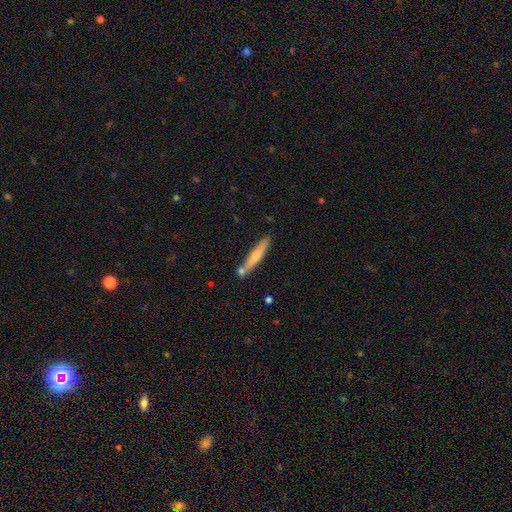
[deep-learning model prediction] This is possibly a smooth galaxy (56%). How rounded: clearly cigar-shaped (91%). Merging: likely none (73%).